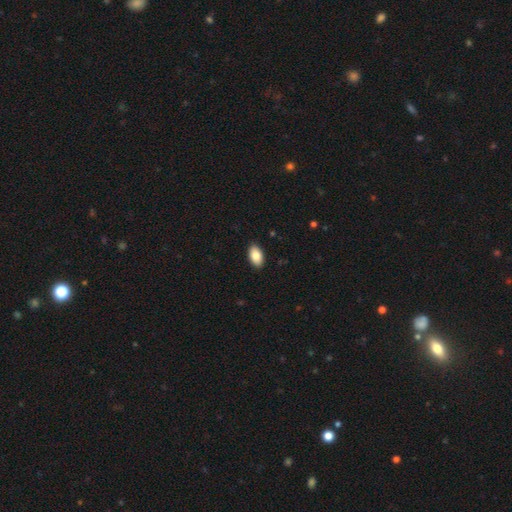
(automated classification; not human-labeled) Smooth or featured?
  - smooth: 86% *
  - featured or disk: 7%
  - star or artifact: 7%
How rounded?
  - in between: 94% *
  - round: 4%
  - cigar-shaped: 2%
Merging?
  - none: 90% *
  - minor disturbance: 7%
  - major disturbance: 2%
  - merger: 1%